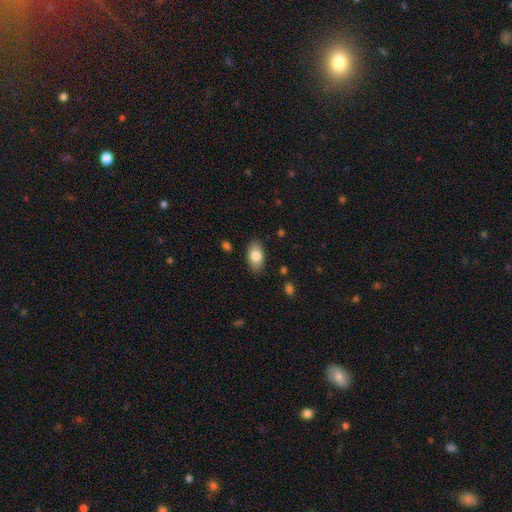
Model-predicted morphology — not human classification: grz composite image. It shows a smooth galaxy with no disk features (81%) that is in between round and cigar-shaped (93%). Merging: none (85%).